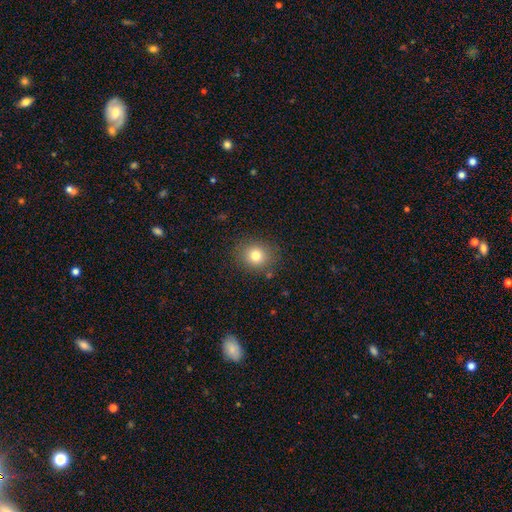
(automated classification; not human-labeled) Q: Smooth or featured?
A: smooth (79%); runner-up: star or artifact (13%)
Q: How rounded?
A: round (77%); runner-up: in between (22%)
Q: Merging?
A: none (86%); runner-up: minor disturbance (9%)